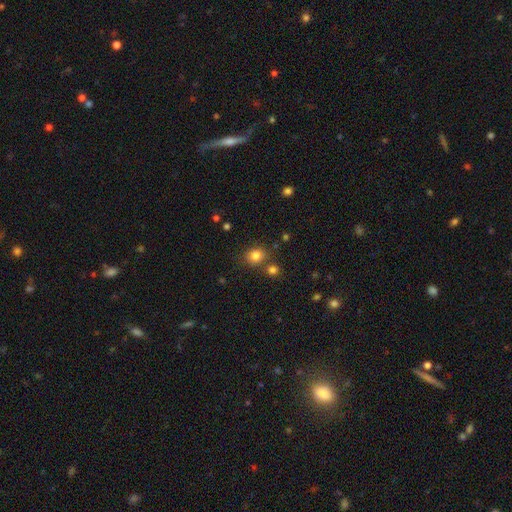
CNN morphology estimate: Smooth or featured: smooth — 81% (star or artifact — 13%)
How rounded: round — 71% (in between — 28%)
Merging: none — 75% (merger — 12%)